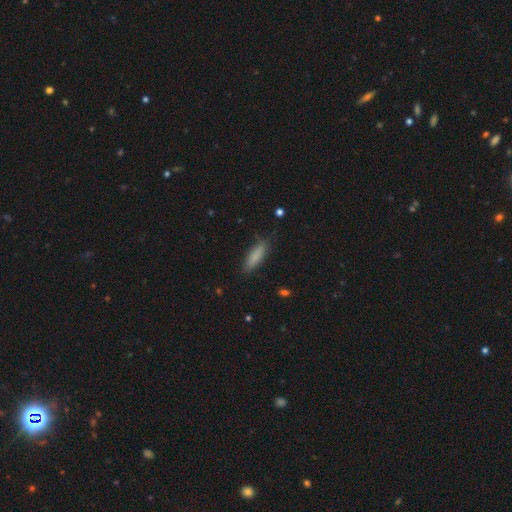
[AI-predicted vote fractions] A smooth galaxy with no disk features (84%) that is cigar-shaped (57%). Merging: none (81%).